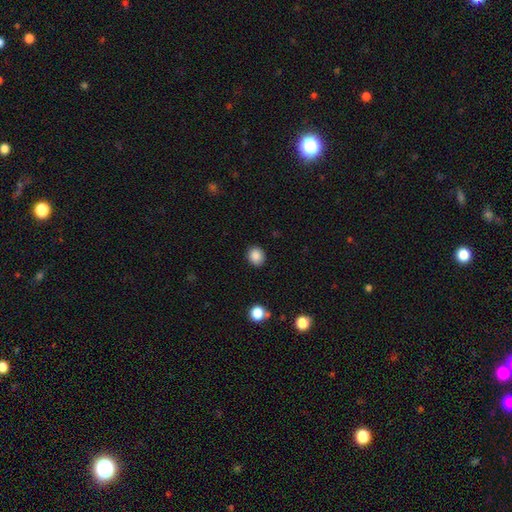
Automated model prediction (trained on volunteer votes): Smooth or featured? Predicted: smooth (p=0.87). How rounded? Predicted: round (p=0.77). Merging? Predicted: none (p=0.89).